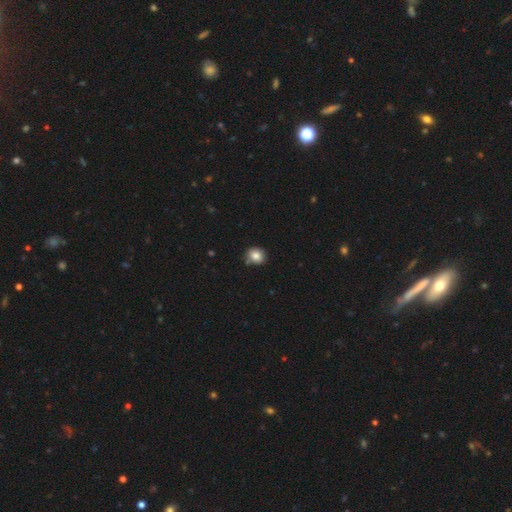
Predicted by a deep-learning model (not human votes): smooth 84%, star or artifact 10%, featured or disk 6%. Down the decision tree: how rounded — round (77%); merging — none (76%).